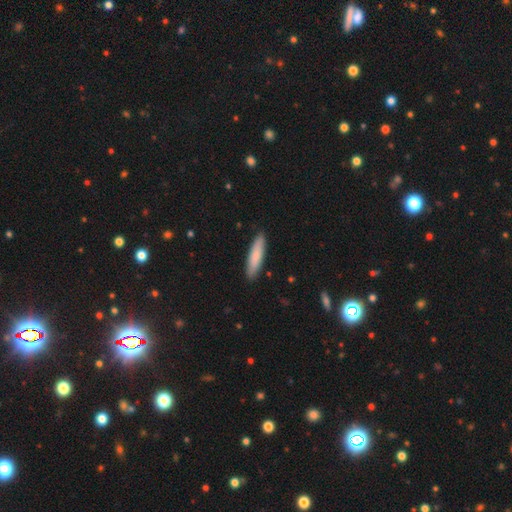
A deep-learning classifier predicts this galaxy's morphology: A smooth galaxy with no disk features (79%) that is cigar-shaped (77%).

Vote fractions:
- Smooth or featured? smooth: 79% / featured or disk: 16% / star or artifact: 5%
- How rounded? cigar-shaped: 77% / in between: 22% / round: 1%
- Merging? none: 90% / minor disturbance: 8% / major disturbance: 1% / merger: 1%